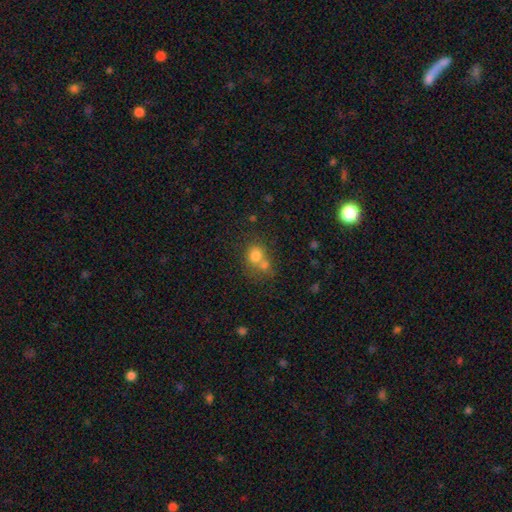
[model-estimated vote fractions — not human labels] Morphology: type=smooth (76%); roundness=round (74%); merging=merger (50%).